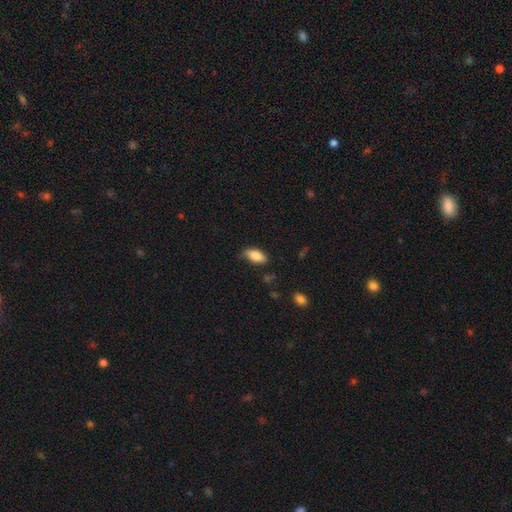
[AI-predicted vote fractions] Overall: smooth (81%). How rounded: in between (88%). Merging: none (64%; minor disturbance 28%).